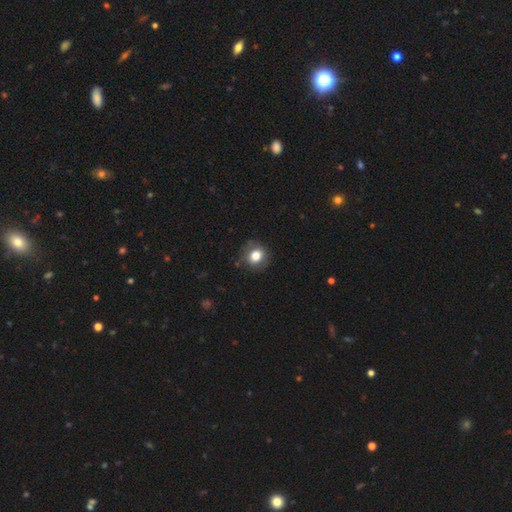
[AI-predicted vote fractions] A smooth galaxy with no disk features (79%) that is round (79%). Merging: none (81%).